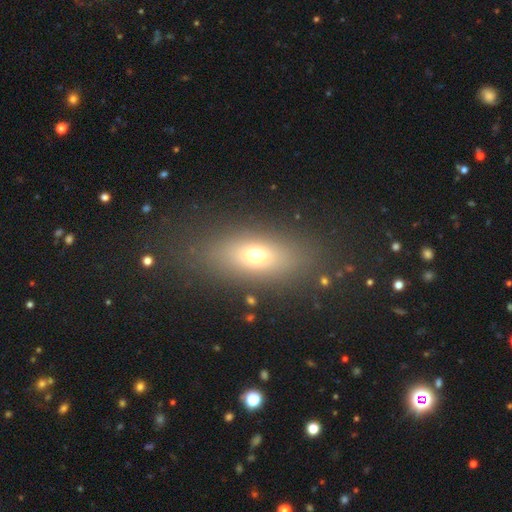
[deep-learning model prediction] This is likely a smooth galaxy (65%). How rounded: likely in between (71%). Merging: likely none (79%).